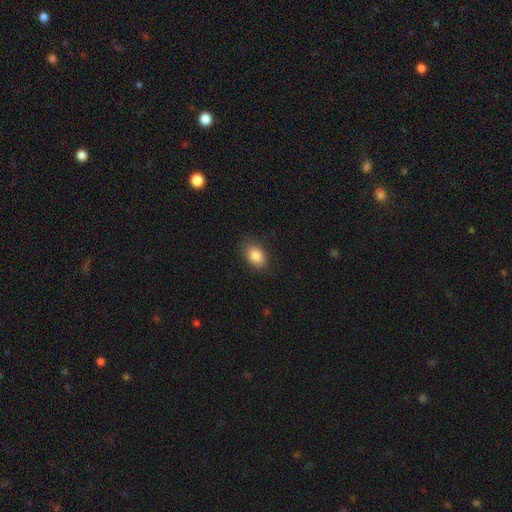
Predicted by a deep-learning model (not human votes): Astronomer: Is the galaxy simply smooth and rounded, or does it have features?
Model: smooth — 85%.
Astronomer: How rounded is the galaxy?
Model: in between — 85%.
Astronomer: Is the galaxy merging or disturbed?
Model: none — 84%.